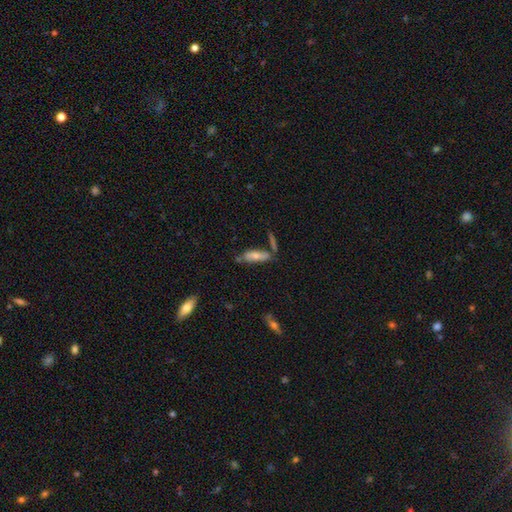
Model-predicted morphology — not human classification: Overall: smooth (60%; featured or disk 33%). How rounded: in between (54%; cigar-shaped 44%). Merging: none (59%; minor disturbance 20%).